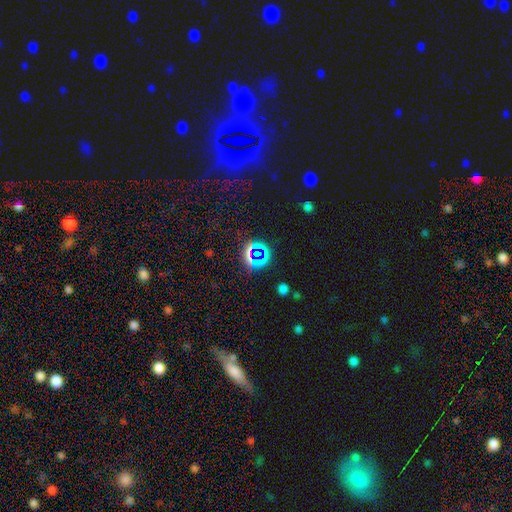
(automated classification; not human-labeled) star or artifact 72%, smooth 18%, featured or disk 10%.